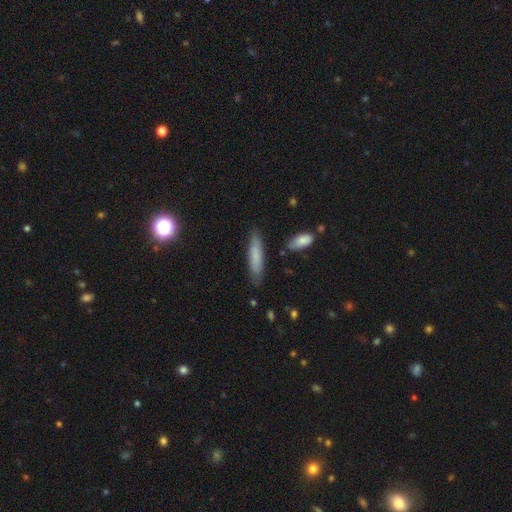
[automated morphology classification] smooth-or-featured: smooth: 75% | featured or disk: 17% | star or artifact: 8%
  how-rounded: cigar-shaped: 78% | in between: 21% | round: 2%
  merging: none: 82% | minor disturbance: 13% | major disturbance: 3% | merger: 3%